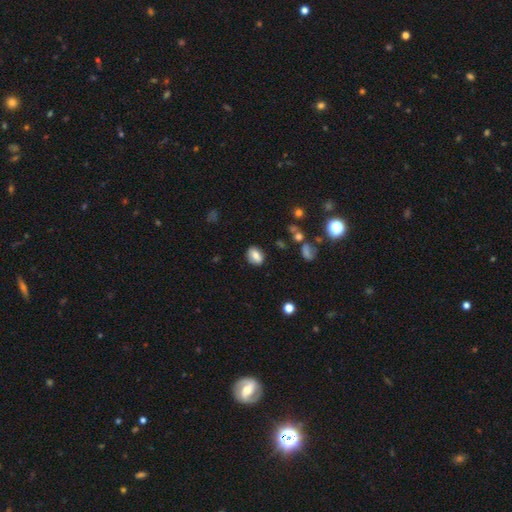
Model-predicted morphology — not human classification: The model was most divided on "how rounded": in between: 70%, round: 28%, cigar-shaped: 2%. More confident: merging — none (84%); smooth or featured — smooth (73%).